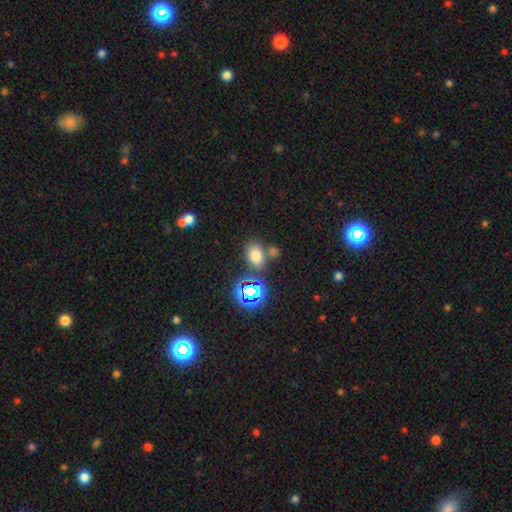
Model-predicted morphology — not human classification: Smooth or featured: smooth — 71% (star or artifact — 22%)
How rounded: in between — 78% (round — 21%)
Merging: none — 66% (merger — 18%)